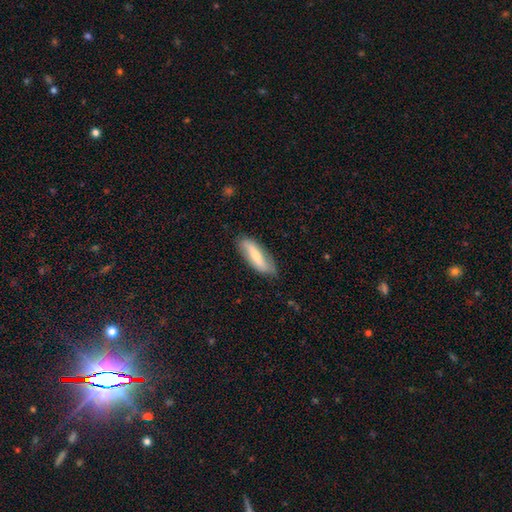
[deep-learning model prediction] A smooth galaxy with no disk features (50%) that is in between round and cigar-shaped (53%).

Vote fractions:
- Smooth or featured? smooth: 50% / featured or disk: 44% / star or artifact: 6%
- How rounded? in between: 53% / cigar-shaped: 44% / round: 3%
- Merging? none: 76% / minor disturbance: 19% / major disturbance: 4% / merger: 1%